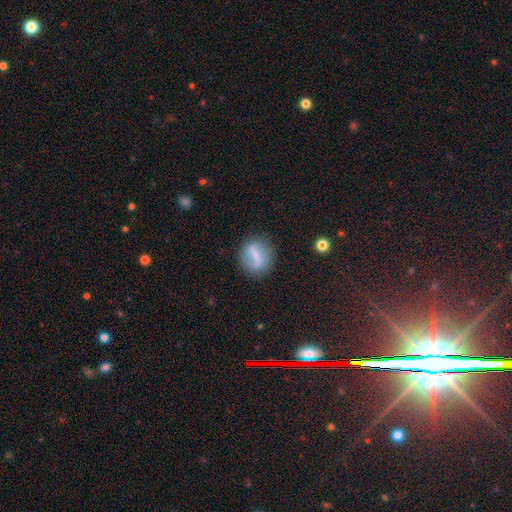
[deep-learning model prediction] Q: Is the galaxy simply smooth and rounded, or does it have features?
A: smooth — 49%.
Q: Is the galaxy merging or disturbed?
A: none — 73%.